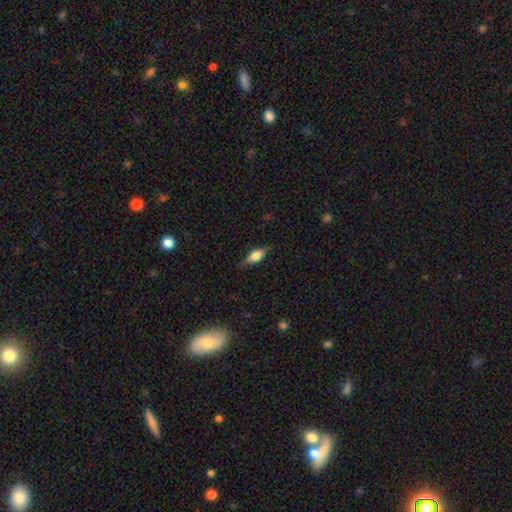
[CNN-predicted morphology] Smooth or featured?
  - smooth: 62% *
  - featured or disk: 31%
  - star or artifact: 7%
How rounded?
  - in between: 73% *
  - cigar-shaped: 22%
  - round: 5%
Merging?
  - none: 77% *
  - minor disturbance: 17%
  - major disturbance: 4%
  - merger: 1%